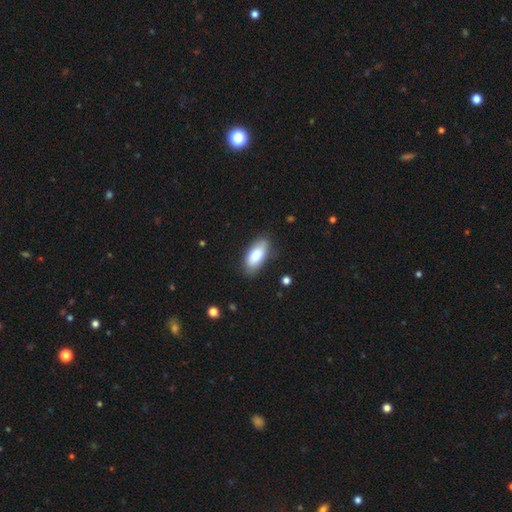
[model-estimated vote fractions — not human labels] This is likely a smooth galaxy (76%). How rounded: clearly in between (88%). Merging: clearly none (84%).